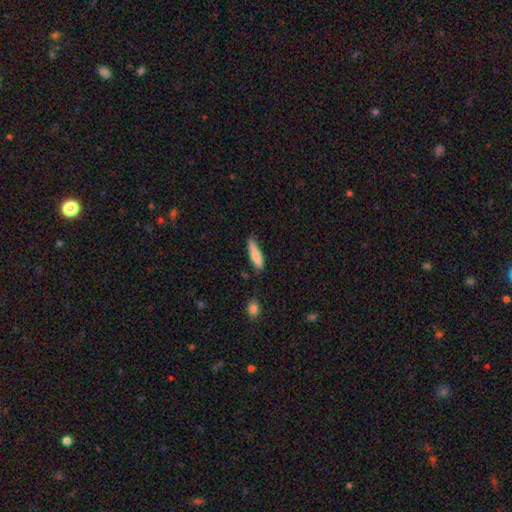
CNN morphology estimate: Overall: smooth (84%). How rounded: cigar-shaped (75%). Merging: none (69%).